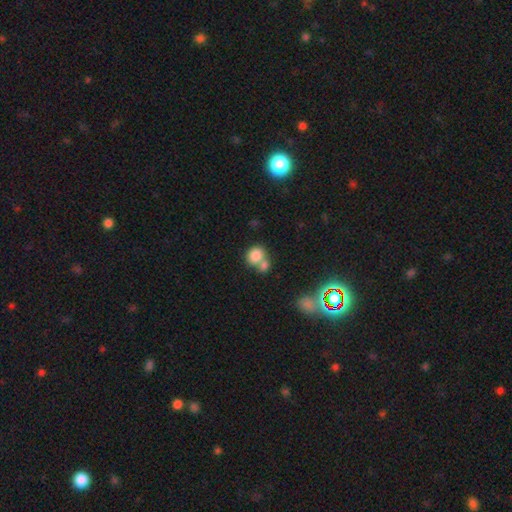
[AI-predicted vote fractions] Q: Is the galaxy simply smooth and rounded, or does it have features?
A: smooth — 81%.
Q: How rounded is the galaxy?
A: round — 66%.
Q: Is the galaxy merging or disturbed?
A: merger — 52%.